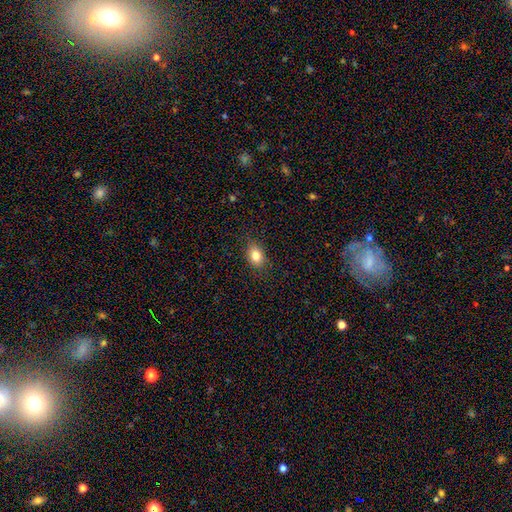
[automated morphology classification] A smooth galaxy with no disk features (82%) that is in between round and cigar-shaped (77%). Merging: none (86%).